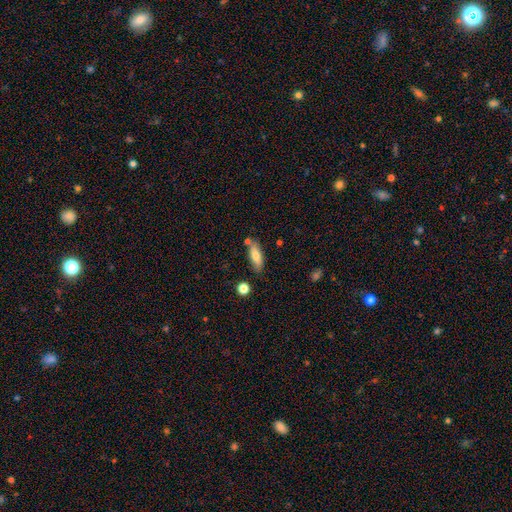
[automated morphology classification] Overall: smooth (74%). How rounded: in between (64%; cigar-shaped 34%). Merging: none (75%).